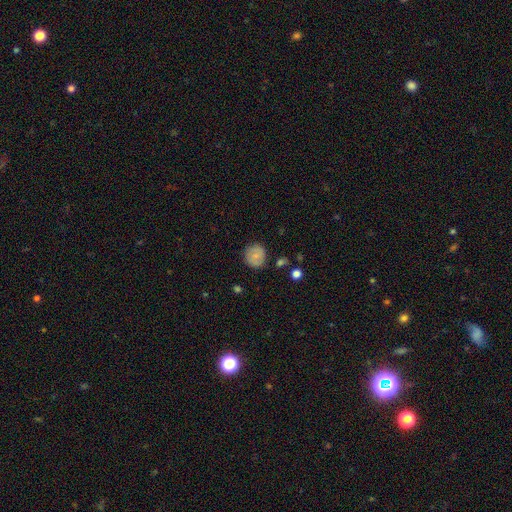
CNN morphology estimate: smooth_or_featured: smooth (p=0.72) [alt: featured or disk p=0.19]
how_rounded: round (p=0.90) [alt: in between p=0.09]
merging: none (p=0.82) [alt: minor disturbance p=0.13]